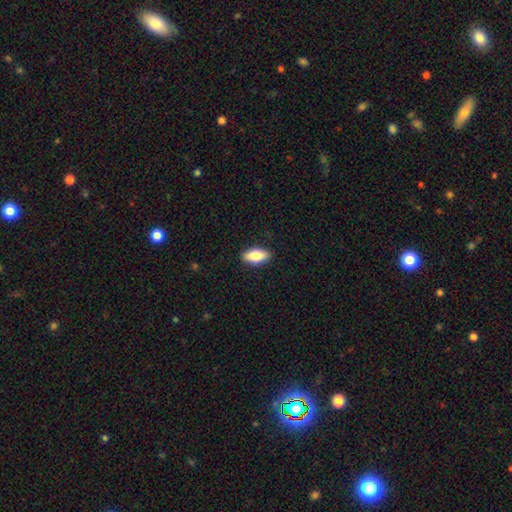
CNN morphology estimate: smooth 76%, featured or disk 17%, star or artifact 6%. Down the decision tree: how rounded — in between (85%); merging — none (90%).